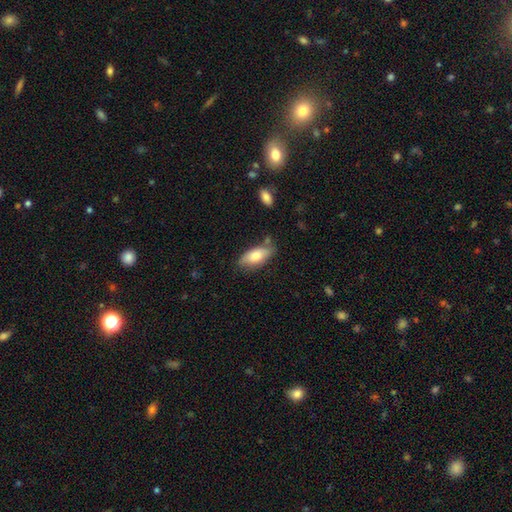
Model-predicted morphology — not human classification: smooth_or_featured: smooth (p=0.77) [alt: featured or disk p=0.17]
how_rounded: in between (p=0.87) [alt: cigar-shaped p=0.11]
merging: none (p=0.71) [alt: minor disturbance p=0.20]